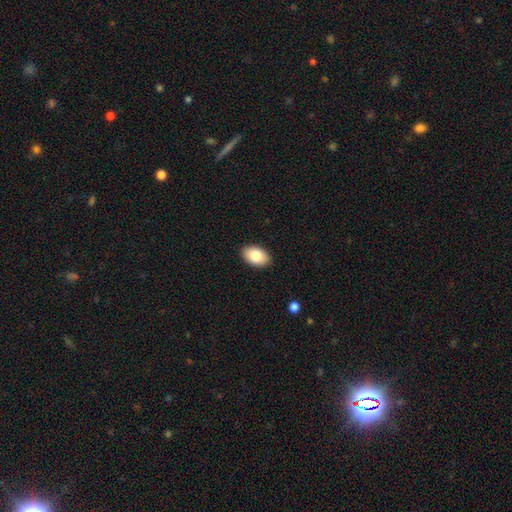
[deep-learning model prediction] smooth 83%, featured or disk 10%, star or artifact 7%. Down the decision tree: how rounded — in between (92%); merging — none (90%).